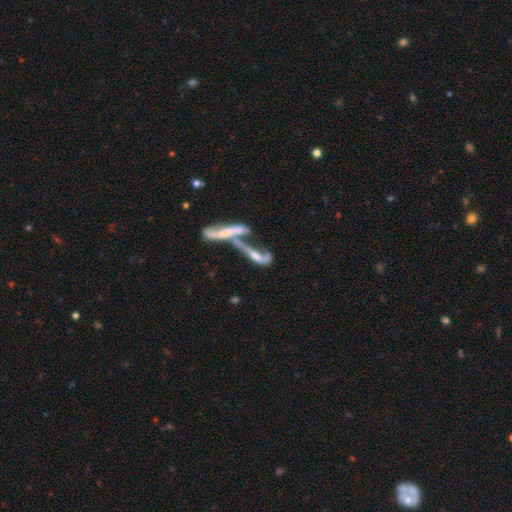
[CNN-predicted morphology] The model was most divided on "edge-on disk": no: 63%, yes: 37%. More confident: merging — merger (71%); smooth or featured — featured or disk (62%).